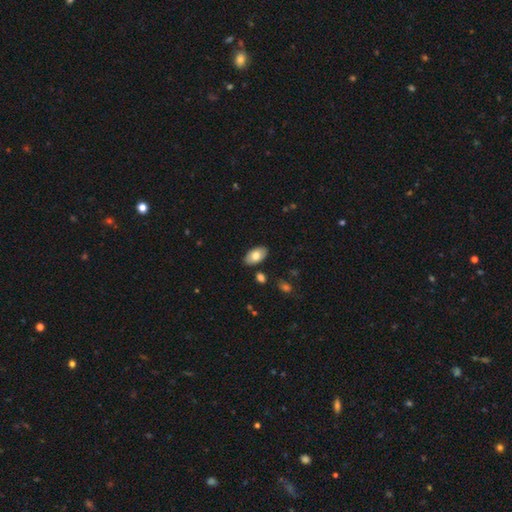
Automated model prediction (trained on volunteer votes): Q: Smooth or featured?
A: smooth (75%); runner-up: featured or disk (18%)
Q: How rounded?
A: in between (95%); runner-up: round (3%)
Q: Merging?
A: none (87%); runner-up: minor disturbance (9%)